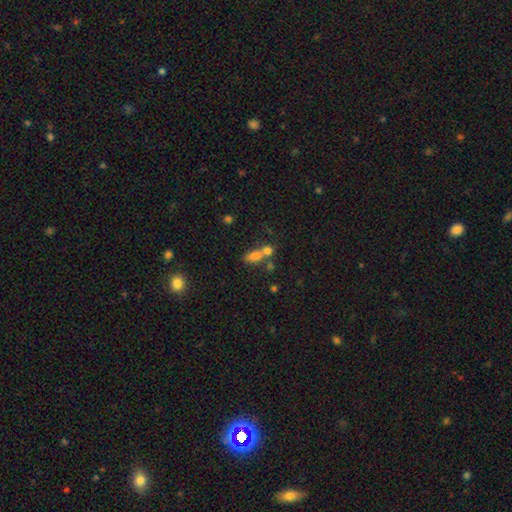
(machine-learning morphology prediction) smooth-or-featured: smooth: 71% | featured or disk: 15% | star or artifact: 14%
  how-rounded: in between: 68% | round: 18% | cigar-shaped: 13%
  merging: merger: 54% | none: 31% | minor disturbance: 9% | major disturbance: 6%